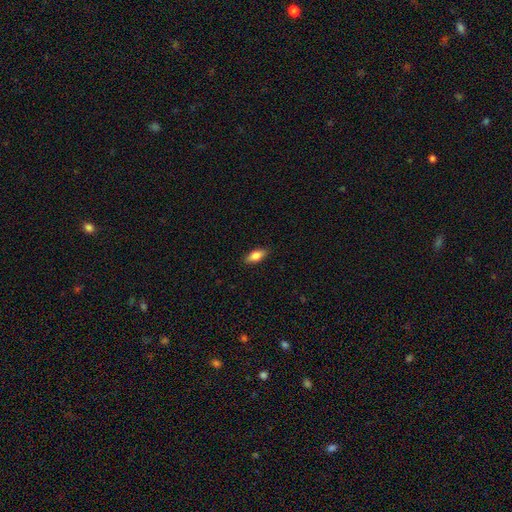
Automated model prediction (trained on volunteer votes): Smooth or featured? Predicted: smooth (p=0.80). How rounded? Predicted: in between (p=0.80). Merging? Predicted: none (p=0.87).